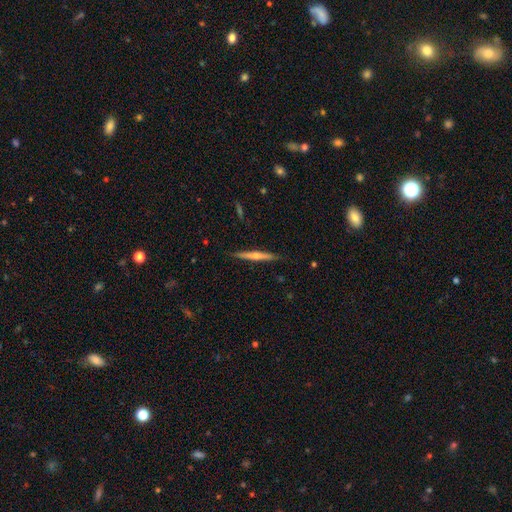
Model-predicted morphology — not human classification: A smooth galaxy with no disk features (47%, tied with featured or disk).

Vote fractions:
- Smooth or featured? smooth: 47% (tied) / featured or disk: 47% (tied) / star or artifact: 6%
- Merging? none: 88% / minor disturbance: 9% / major disturbance: 2% / merger: 1%